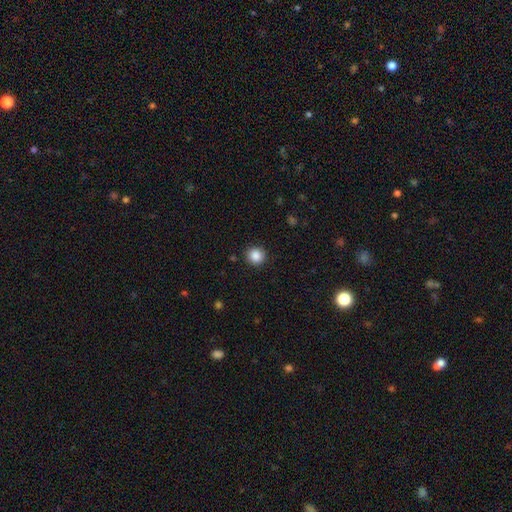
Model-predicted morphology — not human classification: smooth_or_featured: smooth (p=0.87) [alt: star or artifact p=0.10]
how_rounded: round (p=0.93) [alt: in between p=0.06]
merging: none (p=0.91) [alt: minor disturbance p=0.06]